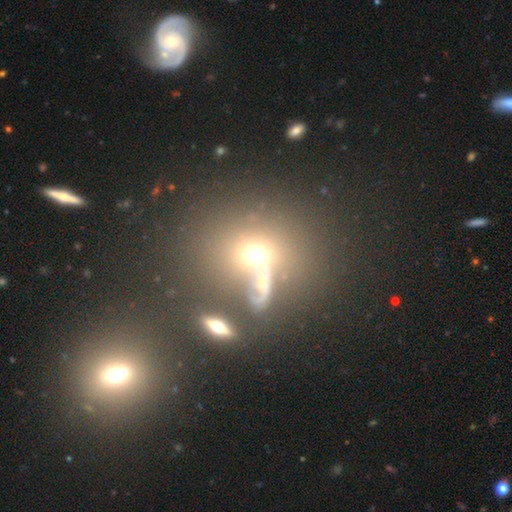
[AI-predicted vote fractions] smooth 53%, star or artifact 27%, featured or disk 20%. Down the decision tree: how rounded — round (73%); merging — none (49%).